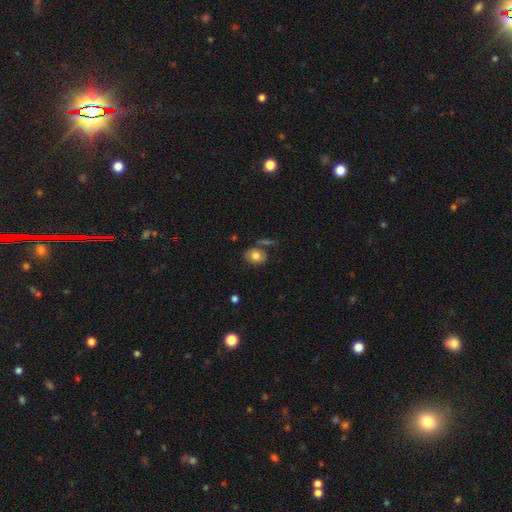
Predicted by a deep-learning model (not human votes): smooth 76%, featured or disk 15%, star or artifact 9%. Down the decision tree: how rounded — in between (58%); merging — none (66%).